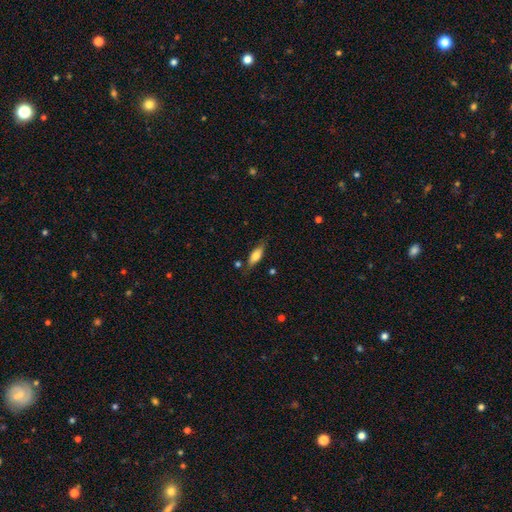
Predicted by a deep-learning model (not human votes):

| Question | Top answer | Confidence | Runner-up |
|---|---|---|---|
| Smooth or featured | smooth | 67% | featured or disk (26%) |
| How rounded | in between | 63% | cigar-shaped (34%) |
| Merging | none | 74% | minor disturbance (18%) |